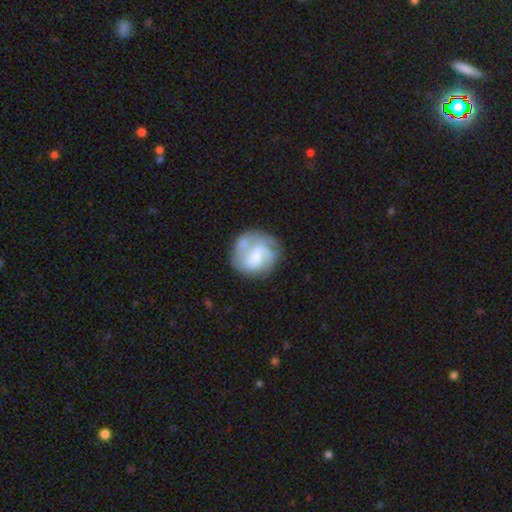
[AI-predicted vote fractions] This appears to be a featured or disk galaxy (63%) with no bar (61%), 2 (36%) medium (41%) spiral arms (82%) and a small central bulge (42%). Merging: none (61%).